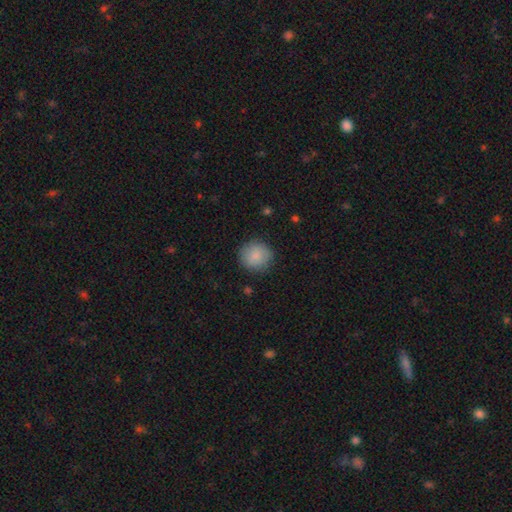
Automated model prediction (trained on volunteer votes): smooth 87%, star or artifact 7%, featured or disk 6%. Down the decision tree: how rounded — round (91%); merging — none (87%).